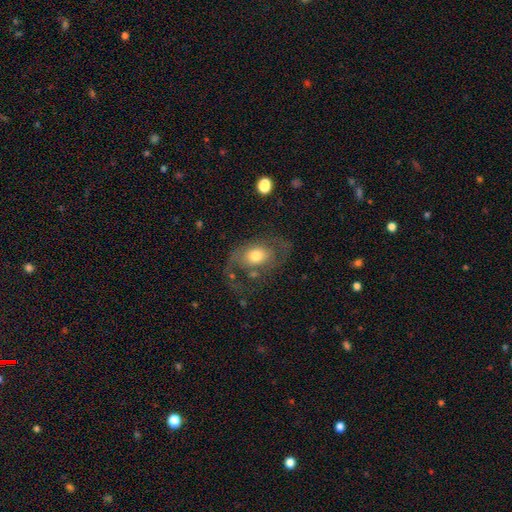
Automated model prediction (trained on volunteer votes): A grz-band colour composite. It shows a featured or disk galaxy (57%) with no bar (78%), spiral arms (68%) and a moderate central bulge (66%). Merging: none (44%).